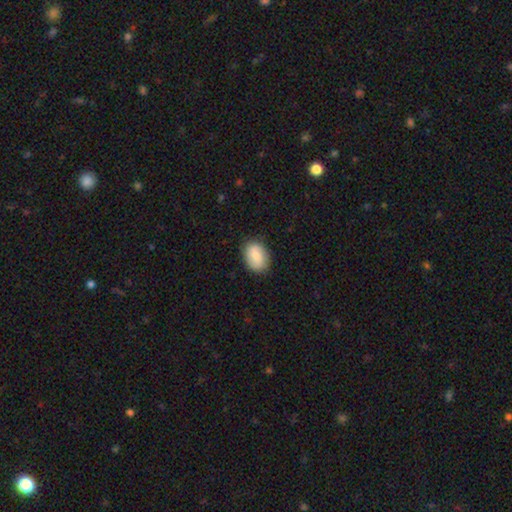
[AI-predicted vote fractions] A smooth galaxy with no disk features (79%) that is in between round and cigar-shaped (76%). Merging: none (84%).